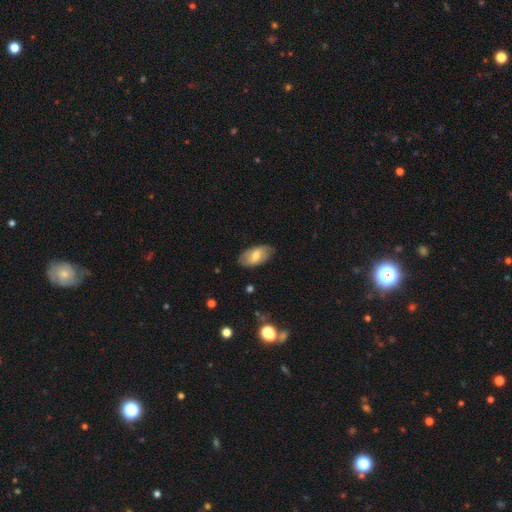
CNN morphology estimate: smooth 61%, featured or disk 32%, star or artifact 7%. Down the decision tree: how rounded — in between (94%); merging — none (79%).